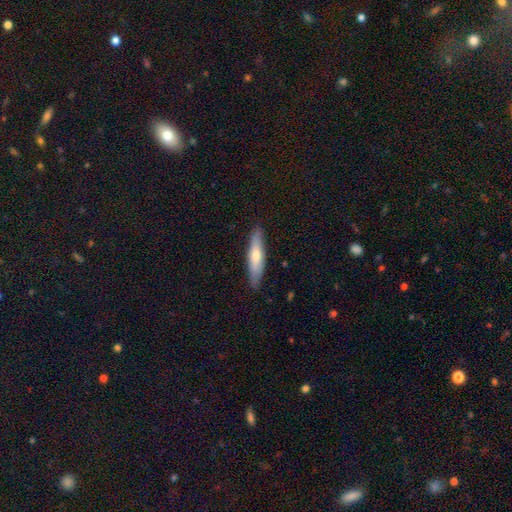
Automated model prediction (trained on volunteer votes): Smooth or featured? Predicted: smooth (p=0.58). How rounded? Predicted: cigar-shaped (p=0.79). Merging? Predicted: none (p=0.88).